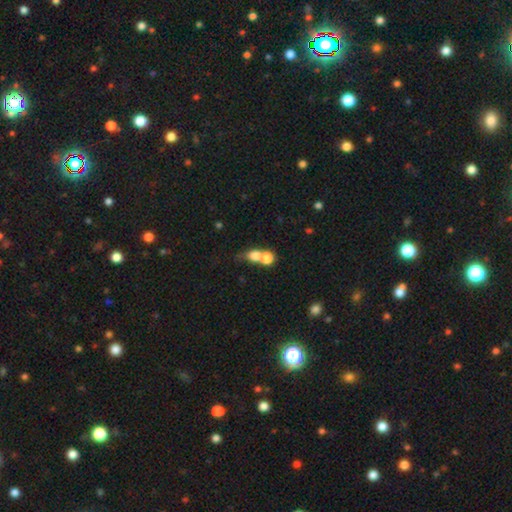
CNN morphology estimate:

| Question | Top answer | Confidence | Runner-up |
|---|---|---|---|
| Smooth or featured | smooth | 71% | featured or disk (16%) |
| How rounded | round | 59% | in between (36%) |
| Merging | merger | 59% | none (27%) |